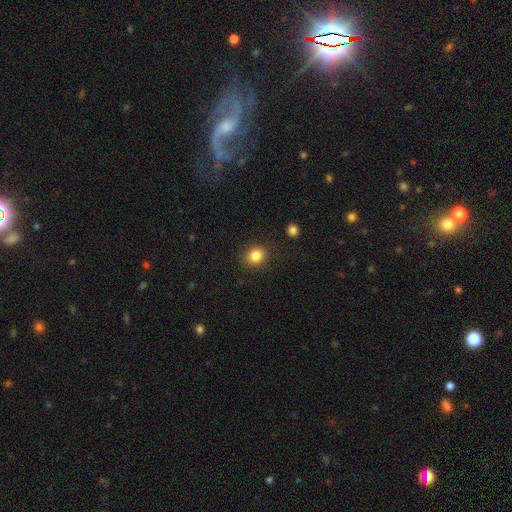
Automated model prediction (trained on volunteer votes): smooth-or-featured: smooth: 84% | star or artifact: 11% | featured or disk: 5%
  how-rounded: round: 70% | in between: 29% | cigar-shaped: 1%
  merging: none: 88% | minor disturbance: 8% | major disturbance: 3% | merger: 1%